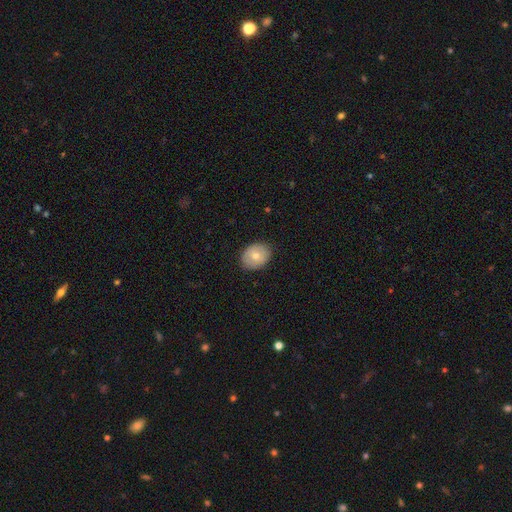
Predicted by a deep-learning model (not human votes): Smooth or featured? smooth (71%)
How rounded? in between (57%)
Merging? none (85%)